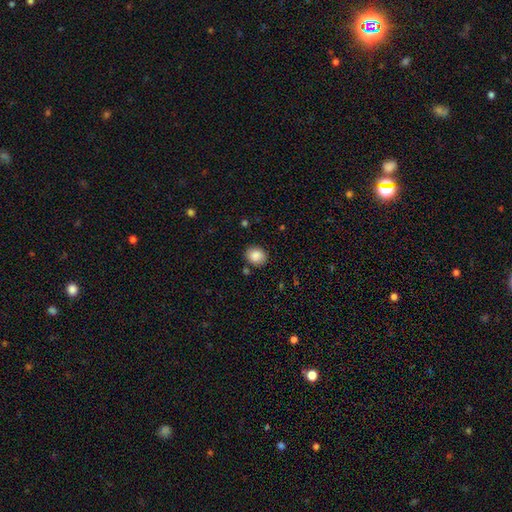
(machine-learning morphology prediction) A smooth galaxy with no disk features (87%) that is round (65%). Merging: none (84%).